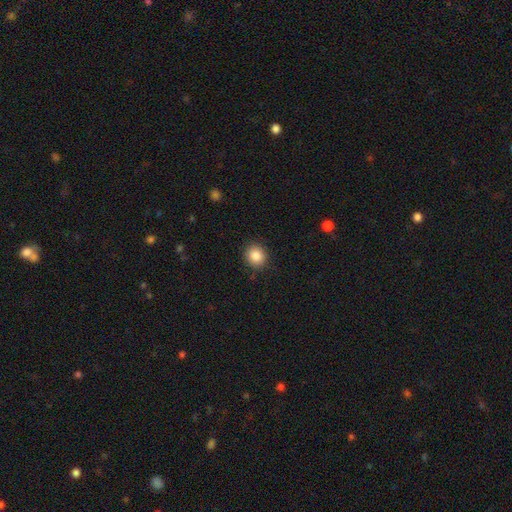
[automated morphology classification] This is clearly a smooth galaxy (86%). How rounded: likely round (79%). Merging: clearly none (89%).